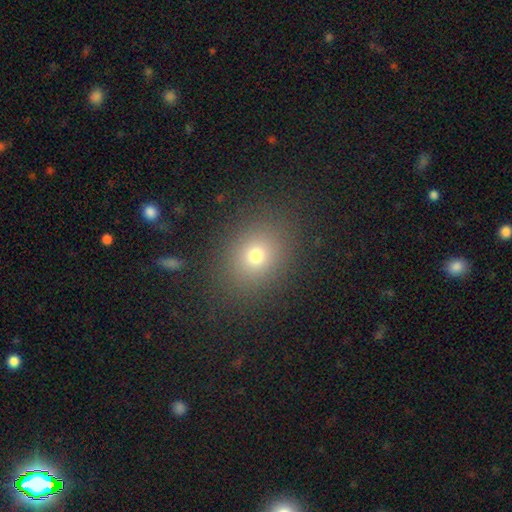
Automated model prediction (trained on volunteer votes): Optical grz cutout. It shows a smooth galaxy with no disk features (72%) that is round (56%). Merging: none (85%).